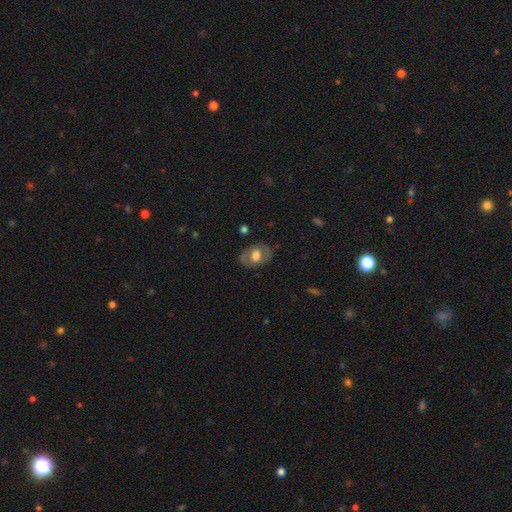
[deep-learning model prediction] featured or disk 47%, smooth 46%, star or artifact 7%. Down the decision tree: merging — none (75%).